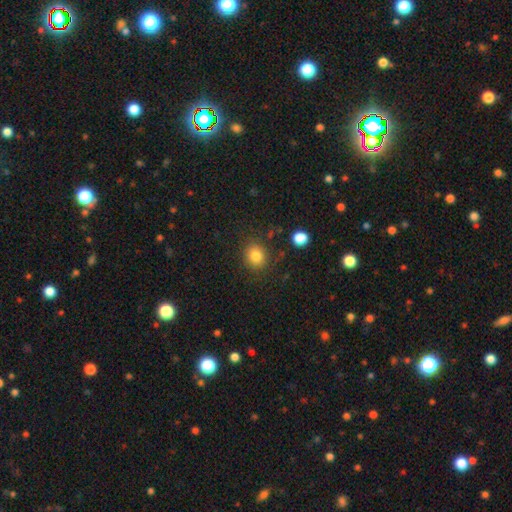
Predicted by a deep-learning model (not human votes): The model was most divided on "how rounded": round: 73%, in between: 26%, cigar-shaped: 1%. More confident: merging — none (85%); smooth or featured — smooth (83%).